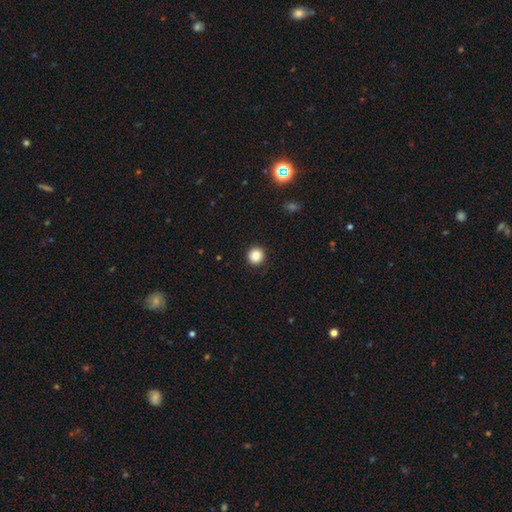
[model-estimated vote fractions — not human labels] Smooth or featured: smooth — 87% (star or artifact — 10%)
How rounded: round — 94% (in between — 5%)
Merging: none — 92% (minor disturbance — 5%)